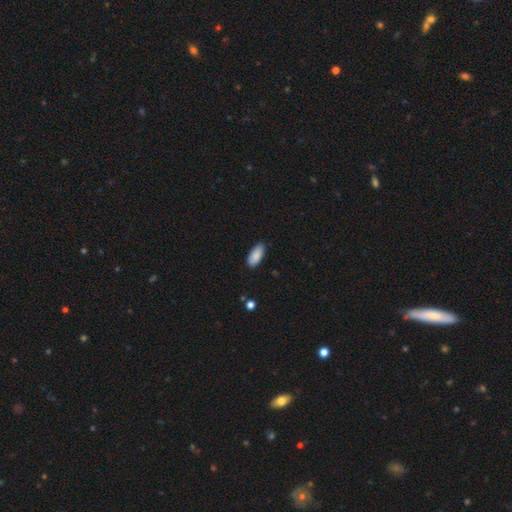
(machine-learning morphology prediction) Smooth or featured?
  - smooth: 88% *
  - star or artifact: 6%
  - featured or disk: 5%
How rounded?
  - in between: 90% *
  - cigar-shaped: 8%
  - round: 2%
Merging?
  - none: 85% *
  - minor disturbance: 12%
  - major disturbance: 2%
  - merger: 1%